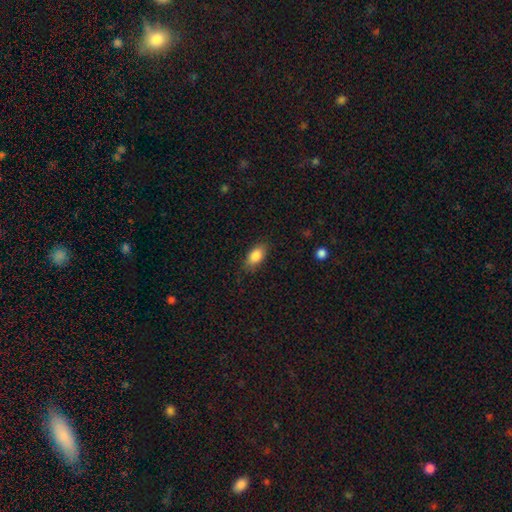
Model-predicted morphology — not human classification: This appears to be a smooth galaxy with no disk features (85%) that is in between round and cigar-shaped (88%). Merging: none (81%).